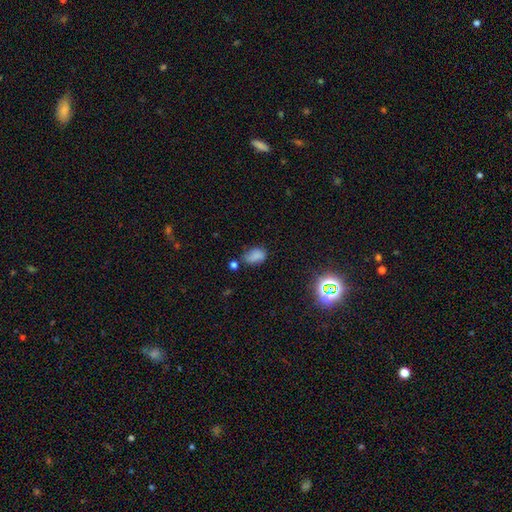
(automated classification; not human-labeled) smooth 76%, star or artifact 15%, featured or disk 9%. Down the decision tree: how rounded — in between (85%); merging — none (52%).